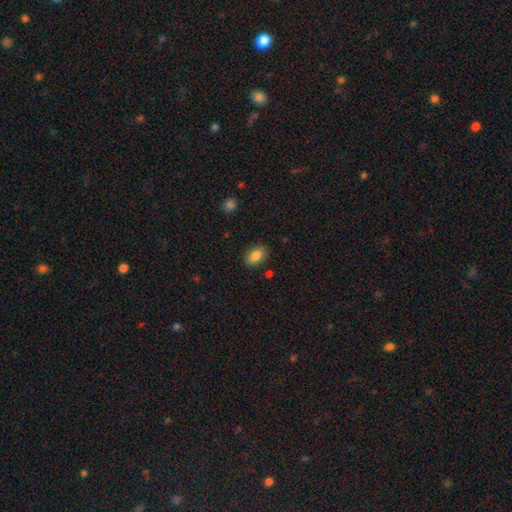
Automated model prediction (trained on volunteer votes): Smooth or featured? Predicted: smooth (p=0.84). How rounded? Predicted: in between (p=0.89). Merging? Predicted: none (p=0.85).